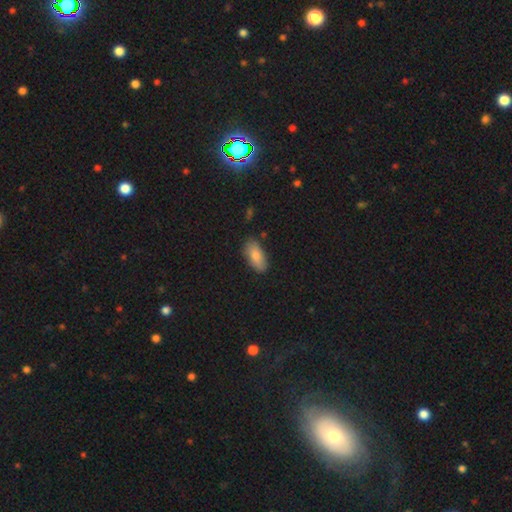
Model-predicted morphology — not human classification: type=smooth (83%); roundness=in between (88%); merging=none (80%).